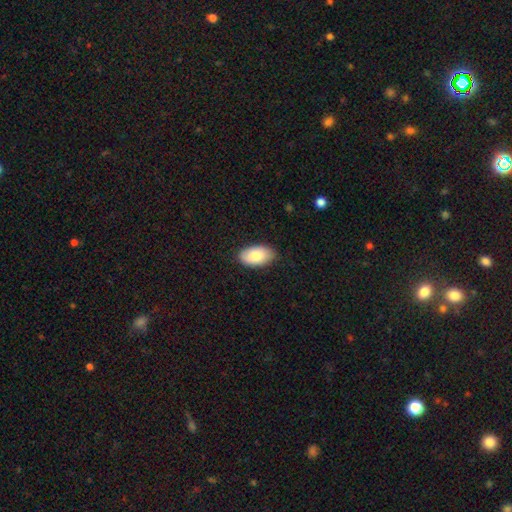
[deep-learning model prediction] Overall: smooth (82%). How rounded: in between (95%). Merging: none (87%).